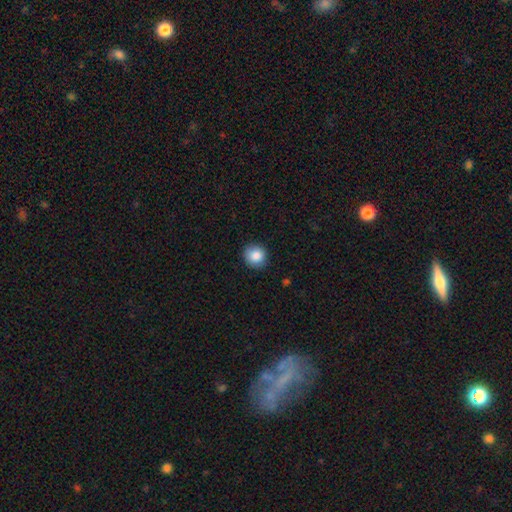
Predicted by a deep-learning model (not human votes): Smooth or featured? Predicted: smooth (p=0.86). How rounded? Predicted: round (p=0.90). Merging? Predicted: none (p=0.89).